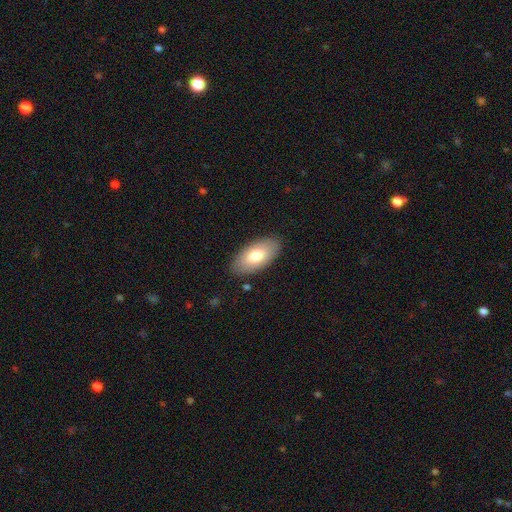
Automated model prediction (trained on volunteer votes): A smooth galaxy with no disk features (74%) that is in between round and cigar-shaped (94%).

Vote fractions:
- Smooth or featured? smooth: 74% / featured or disk: 20% / star or artifact: 6%
- How rounded? in between: 94% / cigar-shaped: 4% / round: 2%
- Merging? none: 86% / minor disturbance: 10% / major disturbance: 2% / merger: 1%